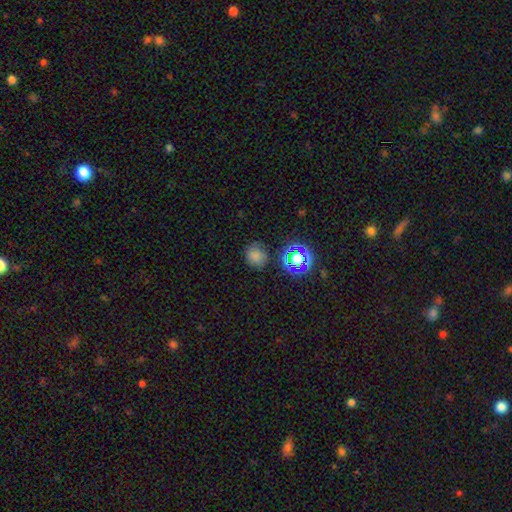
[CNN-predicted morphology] smooth 71%, star or artifact 23%, featured or disk 7%. Down the decision tree: how rounded — round (80%); merging — none (76%).